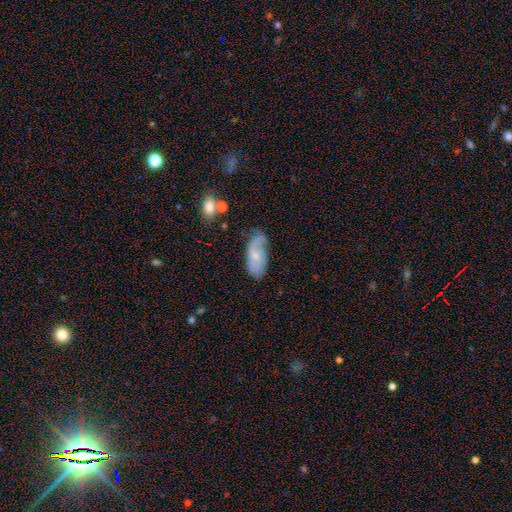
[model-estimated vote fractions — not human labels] A featured or disk galaxy (52%). Merging: none (51%).